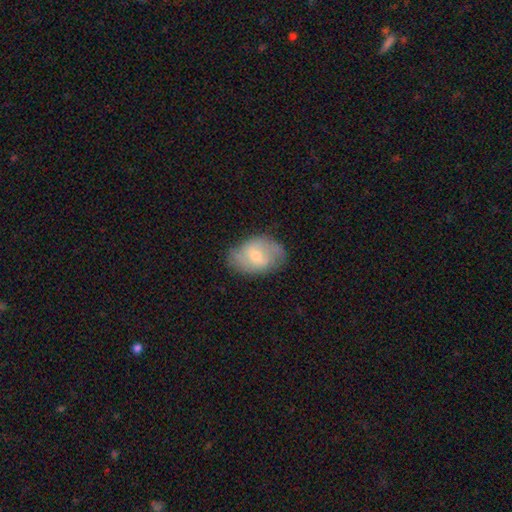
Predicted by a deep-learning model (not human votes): Smooth or featured: featured or disk — 50% (smooth — 43%)
Merging: none — 72% (minor disturbance — 21%)